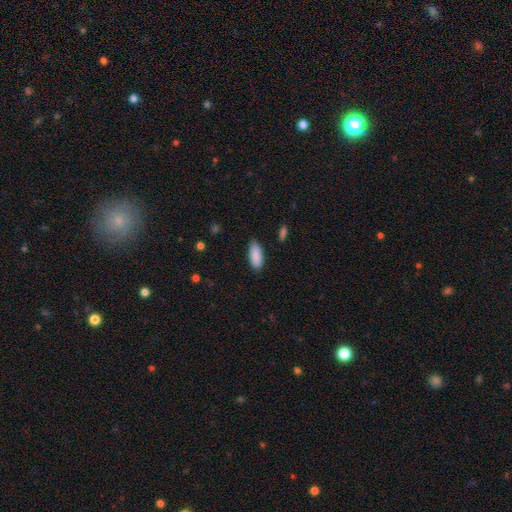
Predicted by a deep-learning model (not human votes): Smooth or featured: smooth — 89% (star or artifact — 6%)
How rounded: in between — 85% (cigar-shaped — 13%)
Merging: none — 83% (minor disturbance — 13%)